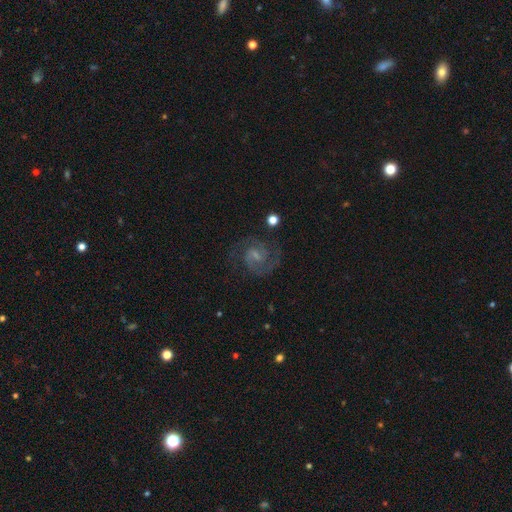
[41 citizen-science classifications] A featured or disk galaxy (95%) with a weak bar (71%), 2 (97%) medium (53%) spiral arms (100%) and a small central bulge (53%). Merging: none (85%).